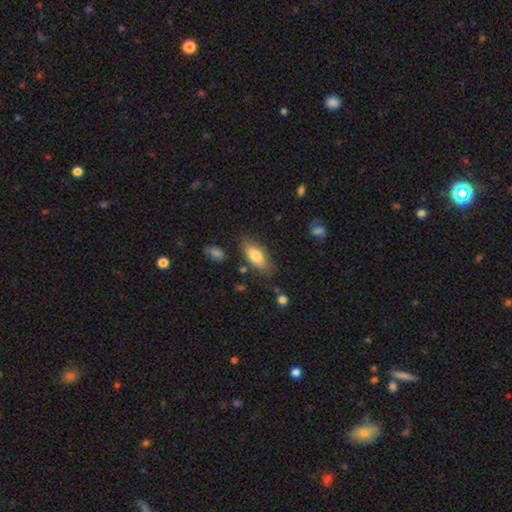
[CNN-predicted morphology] The model was most divided on "merging": none: 75%, minor disturbance: 17%, major disturbance: 4%, merger: 3%. More confident: how rounded — in between (81%); smooth or featured — smooth (77%).